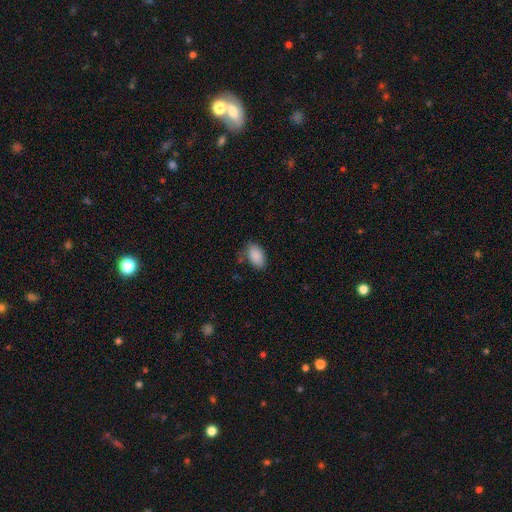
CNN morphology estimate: This appears to be a smooth galaxy with no disk features (89%) that is in between round and cigar-shaped (93%). Merging: none (72%).